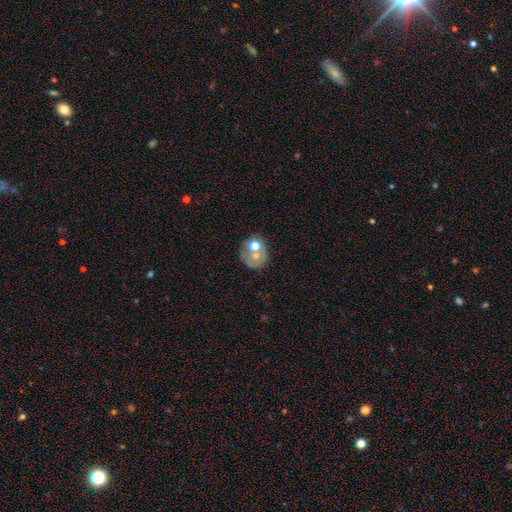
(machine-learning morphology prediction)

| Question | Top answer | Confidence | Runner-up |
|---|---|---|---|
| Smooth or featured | smooth | 57% | featured or disk (30%) |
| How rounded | round | 73% | in between (26%) |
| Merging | none | 47% | merger (29%) |